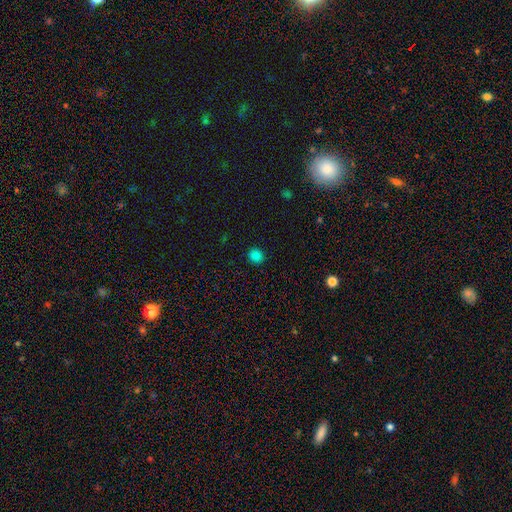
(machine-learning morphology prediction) This appears to be a smooth galaxy with no disk features (83%) that is round (87%). Merging: none (91%).